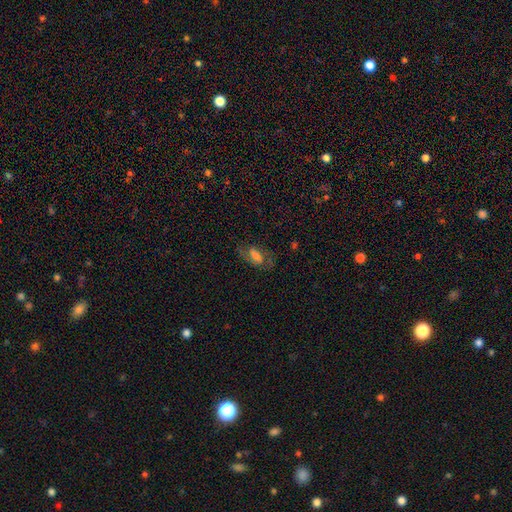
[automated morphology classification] Overall: featured or disk (50%; smooth 39%). Edge-on disk: no (92%). Merging: none (67%).